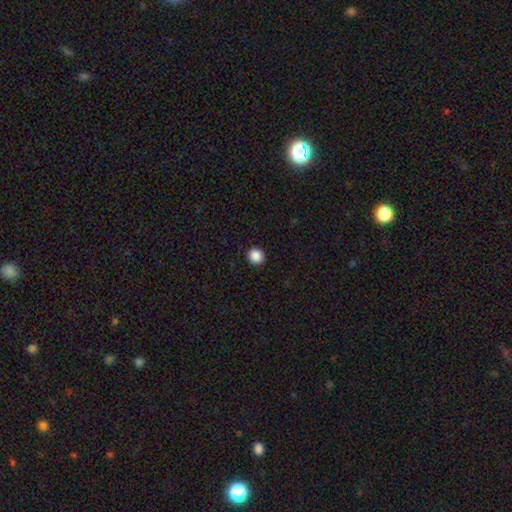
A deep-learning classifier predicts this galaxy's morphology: smooth_or_featured: smooth (p=0.88) [alt: star or artifact p=0.09]
how_rounded: round (p=0.88) [alt: in between p=0.11]
merging: none (p=0.92) [alt: minor disturbance p=0.05]